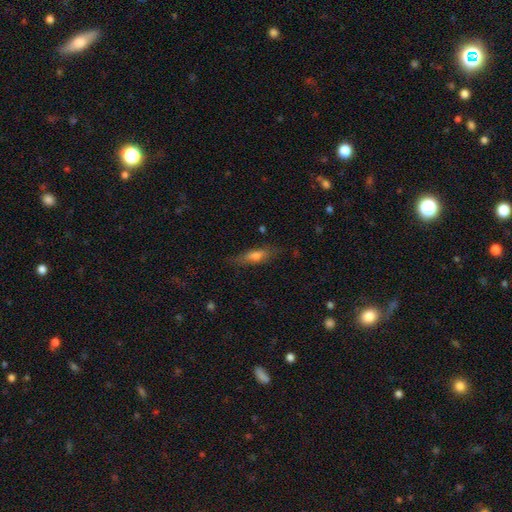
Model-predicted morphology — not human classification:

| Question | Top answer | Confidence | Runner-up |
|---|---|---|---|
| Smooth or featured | smooth | 63% | featured or disk (28%) |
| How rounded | cigar-shaped | 53% | in between (44%) |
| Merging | none | 73% | minor disturbance (19%) |